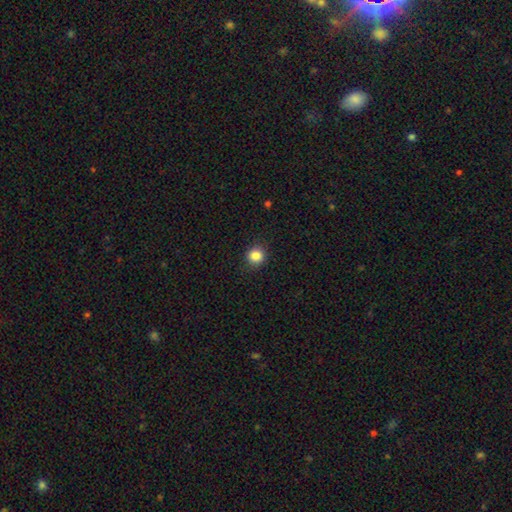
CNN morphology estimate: This appears to be a smooth galaxy with no disk features (85%) that is round (91%). Merging: none (90%).